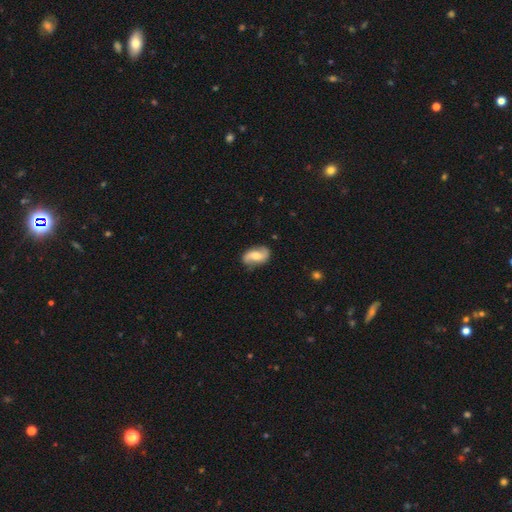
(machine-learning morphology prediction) A featured or disk galaxy (70%) with no bar (47%), 2 (91%) loose (64%) spiral arms (93%) and a moderate central bulge (58%).

Vote fractions:
- Smooth or featured? featured or disk: 70% / smooth: 23% / star or artifact: 6%
- Edge-on disk? no: 96% / yes: 4%
- Bar? no: 47% / weak: 39% / strong: 14%
- Spiral arms? yes: 93% / no: 7%
- Spiral winding? loose: 64% / medium: 26% / tight: 10%
- Spiral arm count? 2: 91% / can't tell: 4% / 1: 2% / 3: 1% / 4: 1% / more than 4: 1%
- Bulge size? moderate: 58% / small: 29% / large: 7% / none: 5% / dominant: 1%
- Merging? none: 77% / minor disturbance: 17% / major disturbance: 4% / merger: 2%